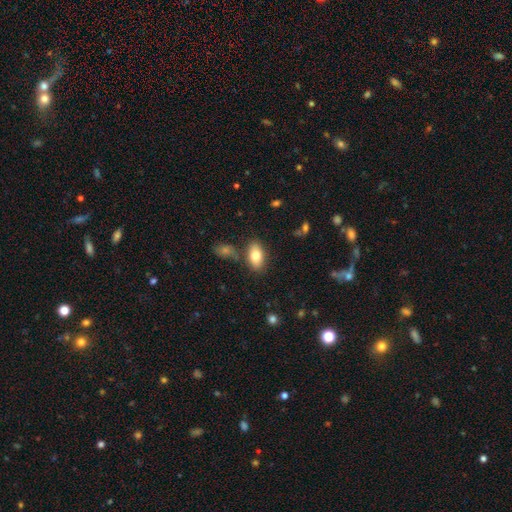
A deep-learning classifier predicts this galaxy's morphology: Smooth or featured: smooth — 80% (featured or disk — 13%)
How rounded: in between — 92% (round — 5%)
Merging: none — 78% (minor disturbance — 12%)